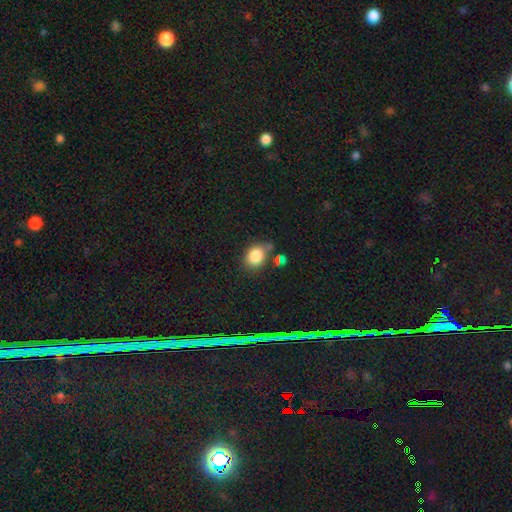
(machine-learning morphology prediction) The model was most divided on "how rounded": in between: 54%, round: 44%, cigar-shaped: 1%. More confident: smooth or featured — smooth (83%); merging — none (61%).